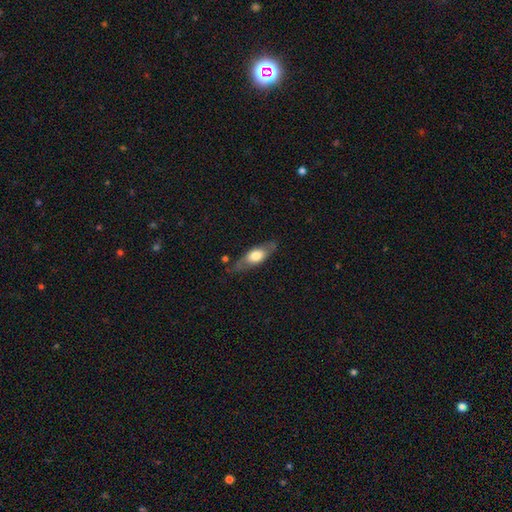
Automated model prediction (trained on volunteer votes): A smooth galaxy with no disk features (52%) that is in between round and cigar-shaped (64%). Merging: none (73%).